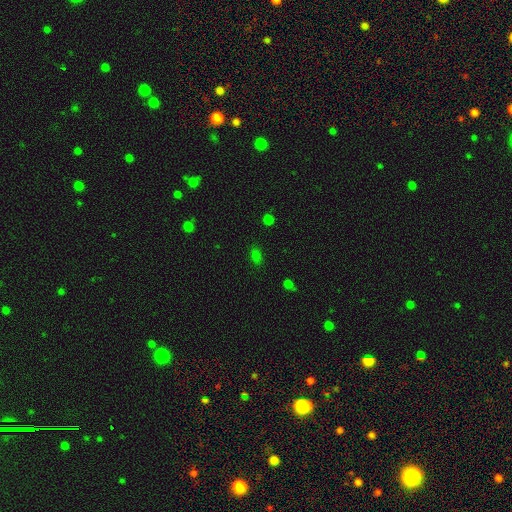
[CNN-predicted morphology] smooth_or_featured: smooth (p=0.69) [alt: star or artifact p=0.25]
how_rounded: in between (p=0.81) [alt: round p=0.14]
merging: none (p=0.82) [alt: minor disturbance p=0.12]